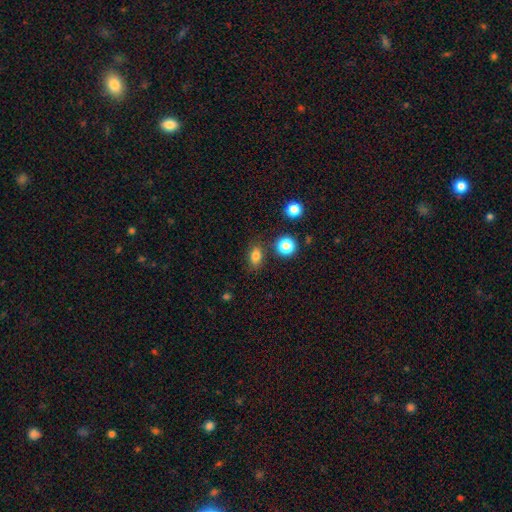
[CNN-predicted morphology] This appears to be a smooth galaxy with no disk features (79%) that is in between round and cigar-shaped (74%). Merging: none (78%).